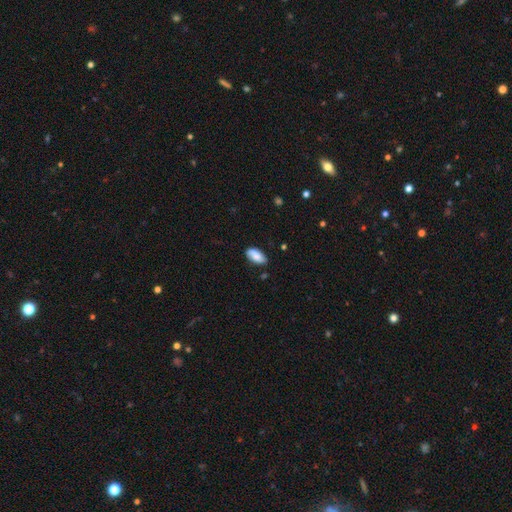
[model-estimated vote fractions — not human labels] smooth 80%, featured or disk 13%, star or artifact 7%. Down the decision tree: how rounded — in between (93%); merging — none (76%).